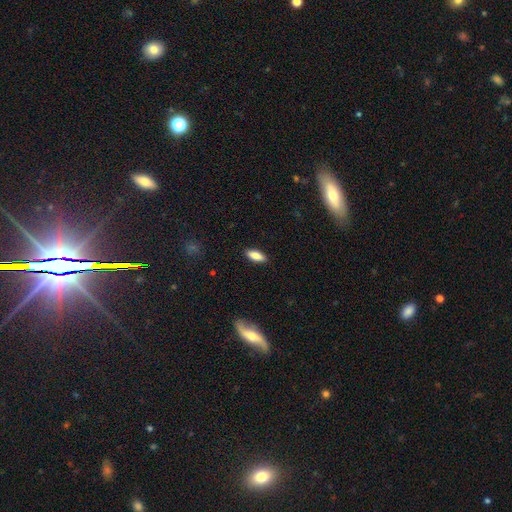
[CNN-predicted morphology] Smooth or featured?
  - smooth: 83% *
  - featured or disk: 10%
  - star or artifact: 7%
How rounded?
  - in between: 77% *
  - cigar-shaped: 20%
  - round: 2%
Merging?
  - none: 88% *
  - minor disturbance: 9%
  - major disturbance: 2%
  - merger: 1%